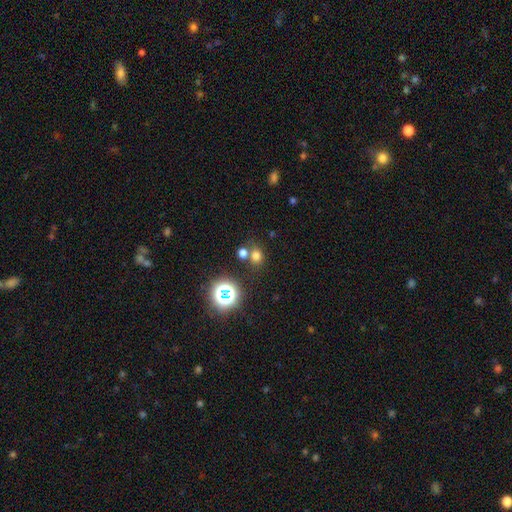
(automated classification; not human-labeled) smooth 68%, star or artifact 25%, featured or disk 7%. Down the decision tree: how rounded — round (69%); merging — none (62%).